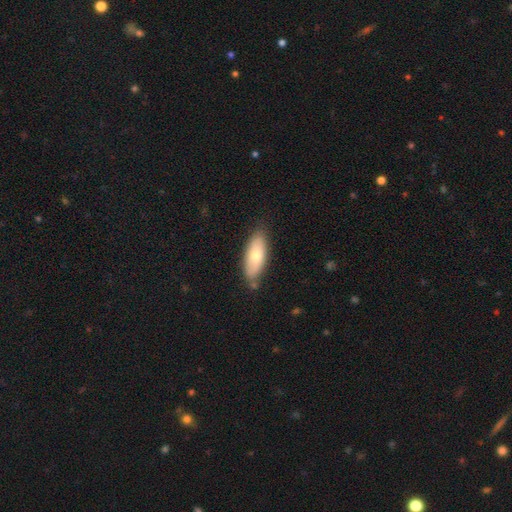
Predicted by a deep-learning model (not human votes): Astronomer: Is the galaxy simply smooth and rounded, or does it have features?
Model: smooth — 70%.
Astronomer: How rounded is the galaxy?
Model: in between — 73%.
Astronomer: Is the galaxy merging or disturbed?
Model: none — 77%.